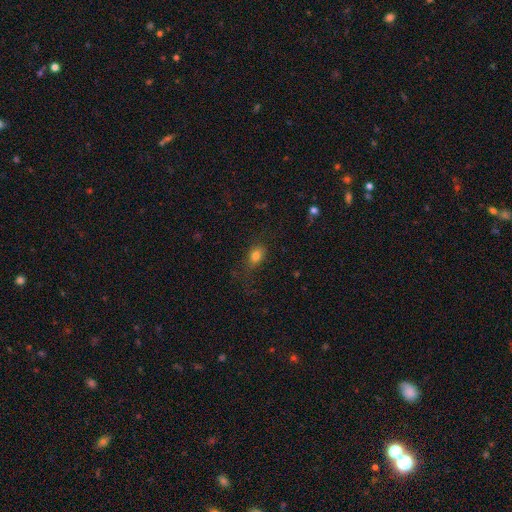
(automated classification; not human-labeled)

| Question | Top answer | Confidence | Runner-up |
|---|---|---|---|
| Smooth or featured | smooth | 79% | star or artifact (12%) |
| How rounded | in between | 73% | round (24%) |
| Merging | none | 70% | minor disturbance (18%) |